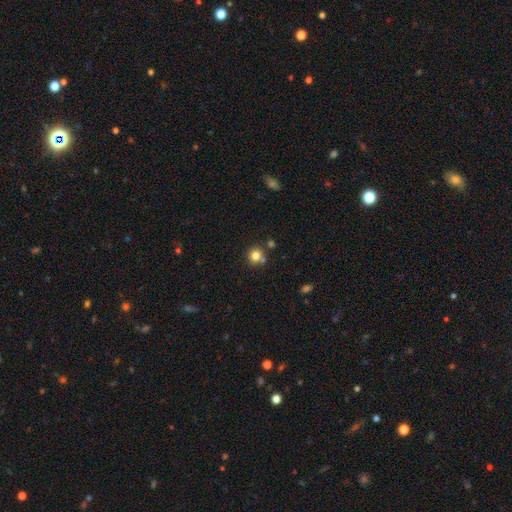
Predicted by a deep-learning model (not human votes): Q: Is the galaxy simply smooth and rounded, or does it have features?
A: smooth — 80%.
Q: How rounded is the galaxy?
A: round — 91%.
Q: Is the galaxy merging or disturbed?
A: none — 75%.